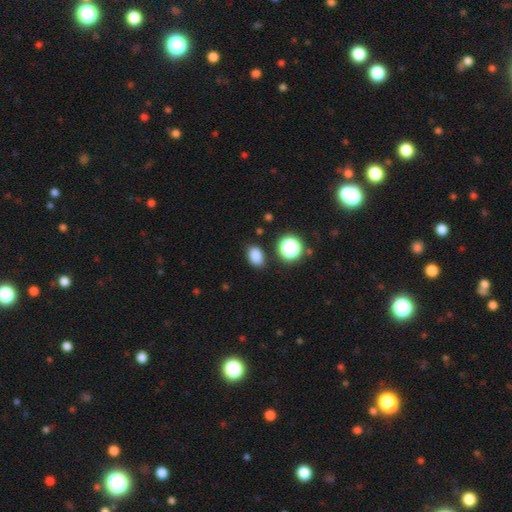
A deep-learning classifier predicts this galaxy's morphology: The model was most divided on "how rounded": in between: 80%, round: 19%, cigar-shaped: 1%. More confident: merging — none (85%); smooth or featured — smooth (83%).